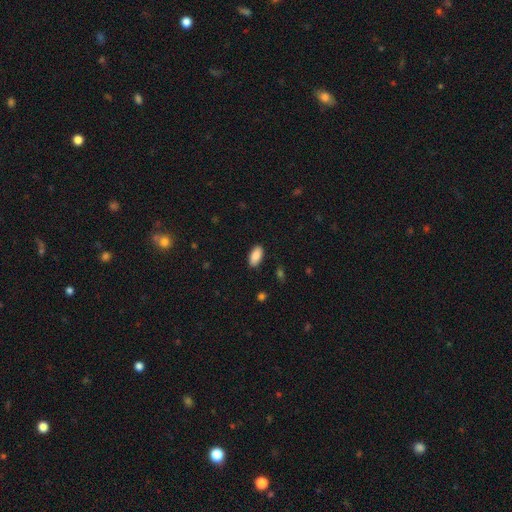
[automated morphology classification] Smooth or featured? smooth (89%)
How rounded? in between (93%)
Merging? none (88%)